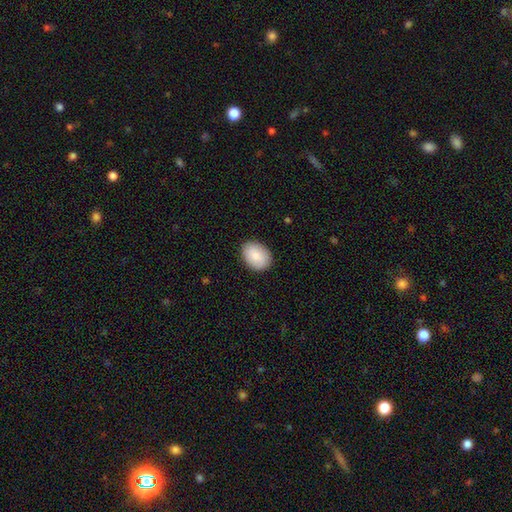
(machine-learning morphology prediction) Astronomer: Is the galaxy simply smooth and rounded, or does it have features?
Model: smooth — 87%.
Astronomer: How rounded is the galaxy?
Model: in between — 72%.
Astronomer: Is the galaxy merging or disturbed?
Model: none — 88%.